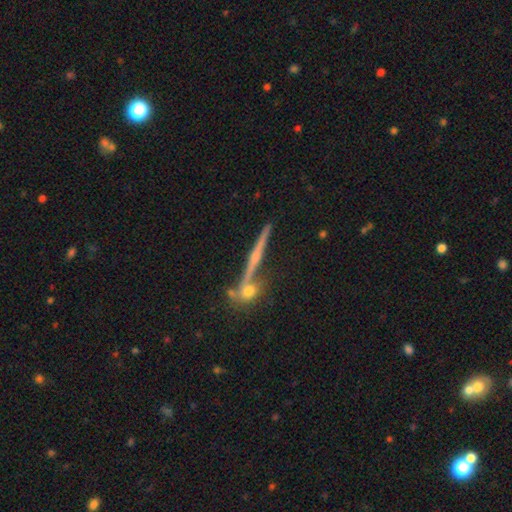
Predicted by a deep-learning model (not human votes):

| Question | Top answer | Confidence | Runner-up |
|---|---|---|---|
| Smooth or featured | featured or disk | 68% | smooth (23%) |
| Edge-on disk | yes | 95% | no (5%) |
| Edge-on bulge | rounded | 57% | none (33%) |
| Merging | none | 70% | merger (16%) |